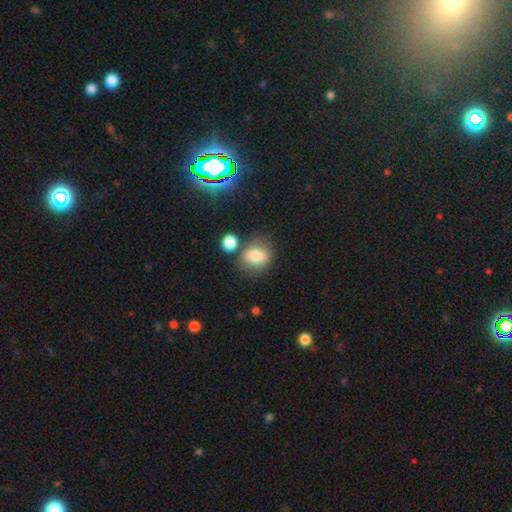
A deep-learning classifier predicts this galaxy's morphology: Smooth or featured? smooth (76%)
How rounded? round (58%)
Merging? none (64%)